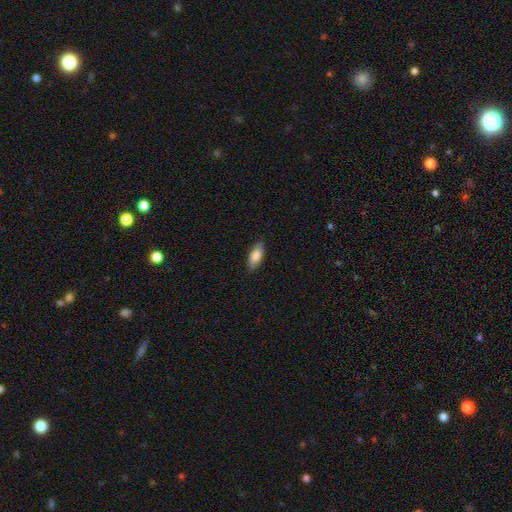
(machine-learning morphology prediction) Smooth or featured: smooth — 84% (featured or disk — 11%)
How rounded: in between — 78% (cigar-shaped — 21%)
Merging: none — 85% (minor disturbance — 12%)